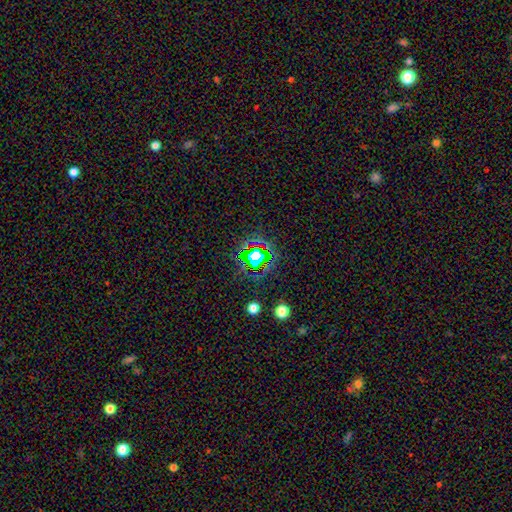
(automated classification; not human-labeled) Overall: star or artifact (66%).